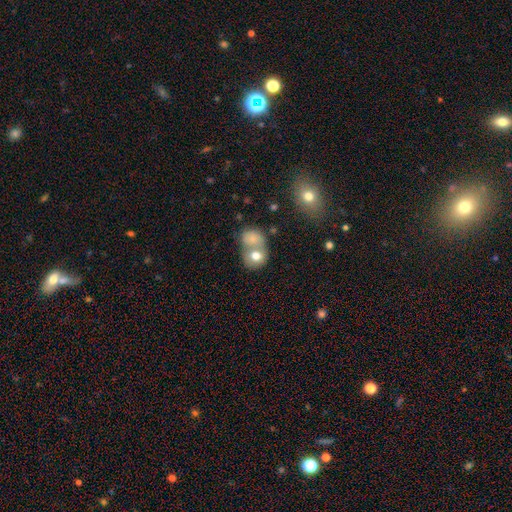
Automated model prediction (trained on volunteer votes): This appears to be a smooth galaxy with no disk features (75%) that is round (61%). Merging: merger (61%).